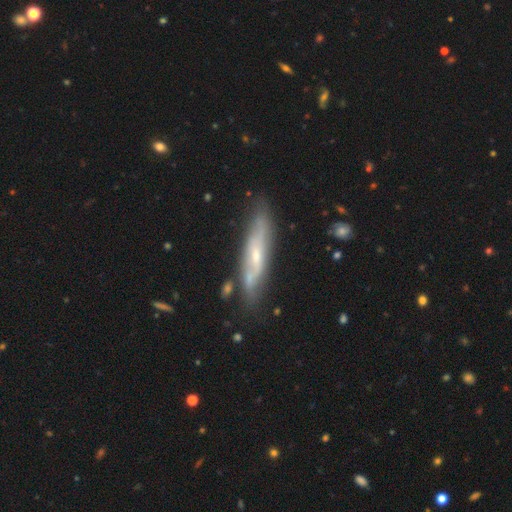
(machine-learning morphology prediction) Smooth or featured: featured or disk — 67% (smooth — 27%)
Edge-on disk: yes — 57% (no — 43%)
Merging: none — 74% (minor disturbance — 18%)